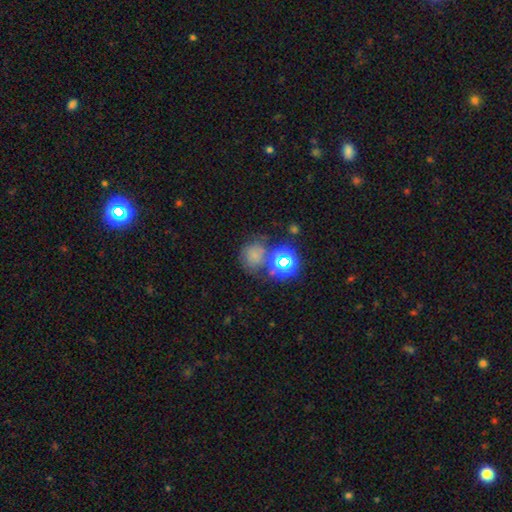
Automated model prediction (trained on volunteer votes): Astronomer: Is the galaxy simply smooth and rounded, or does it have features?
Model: smooth — 60%.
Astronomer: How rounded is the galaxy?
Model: round — 82%.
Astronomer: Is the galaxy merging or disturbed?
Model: none — 55%.